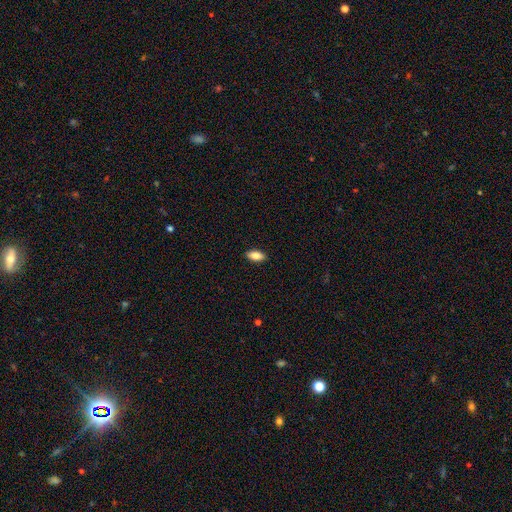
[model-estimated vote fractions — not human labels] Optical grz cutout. It shows a smooth galaxy with no disk features (84%) that is in between round and cigar-shaped (88%). Merging: none (90%).